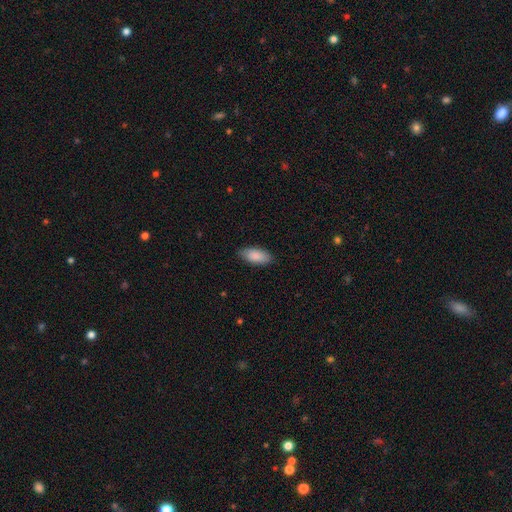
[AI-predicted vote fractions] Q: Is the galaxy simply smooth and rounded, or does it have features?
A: smooth — 88%.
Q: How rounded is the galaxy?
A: in between — 88%.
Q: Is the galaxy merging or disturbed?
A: none — 86%.